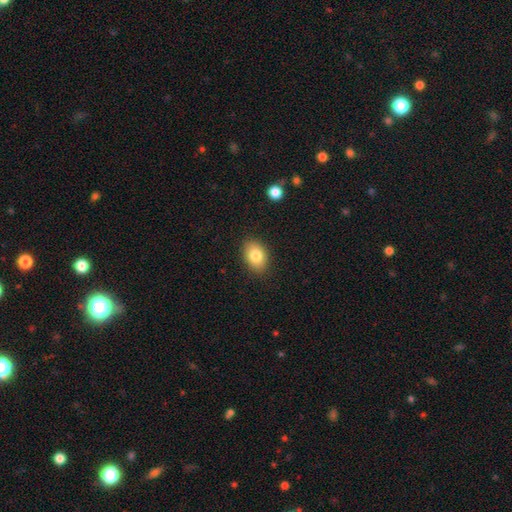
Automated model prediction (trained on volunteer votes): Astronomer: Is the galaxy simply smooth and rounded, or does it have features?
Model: smooth — 83%.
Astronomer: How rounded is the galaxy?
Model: in between — 79%.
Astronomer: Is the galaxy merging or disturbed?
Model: none — 87%.